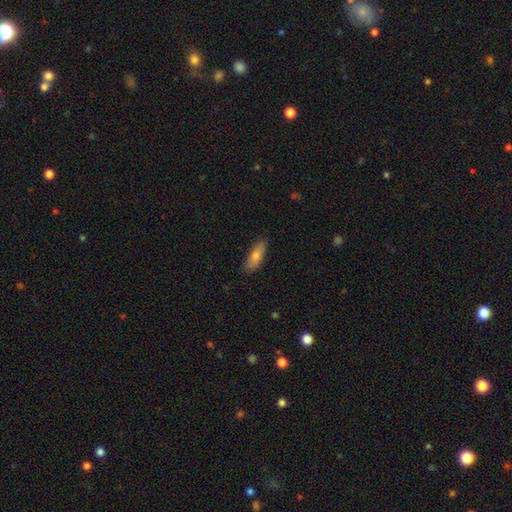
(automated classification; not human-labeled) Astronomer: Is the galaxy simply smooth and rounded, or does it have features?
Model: smooth — 71%.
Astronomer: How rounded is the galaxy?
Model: cigar-shaped — 51% (runner-up: in between, 47%).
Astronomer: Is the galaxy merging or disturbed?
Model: none — 86%.